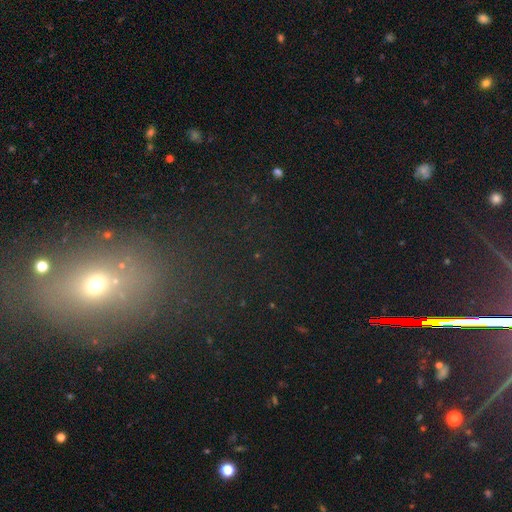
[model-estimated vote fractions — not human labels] Smooth or featured: star or artifact — 51% (smooth — 32%)